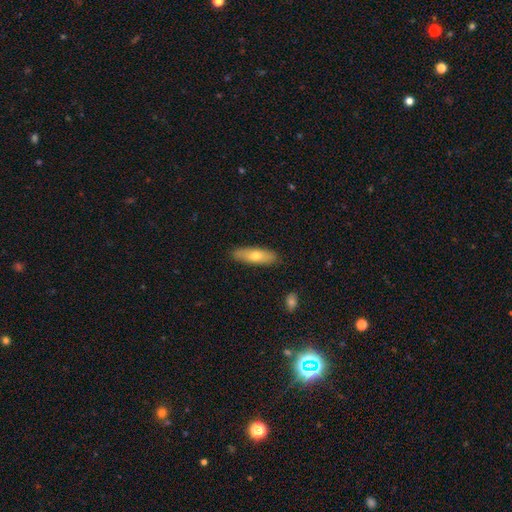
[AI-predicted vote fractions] Smooth or featured? smooth (66%)
How rounded? cigar-shaped (54%)
Merging? none (87%)